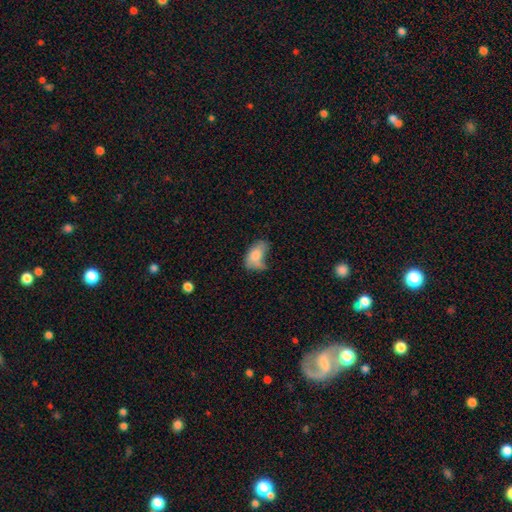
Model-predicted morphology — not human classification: The model was most divided on "merging": minor disturbance: 34%, none: 31%, major disturbance: 22%, merger: 13%. More confident: how rounded — in between (91%); smooth or featured — smooth (71%).